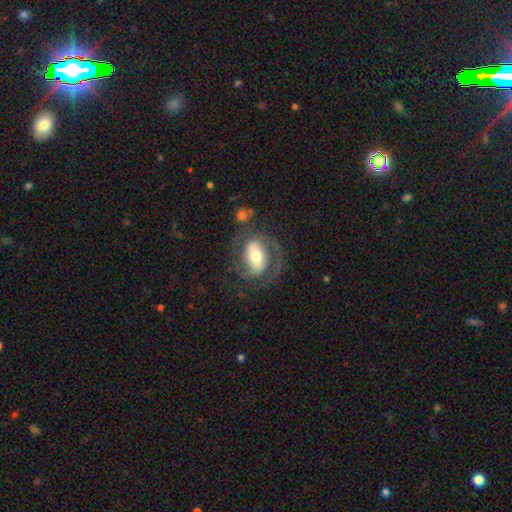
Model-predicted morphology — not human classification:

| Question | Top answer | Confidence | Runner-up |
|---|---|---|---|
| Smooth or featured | featured or disk | 73% | smooth (21%) |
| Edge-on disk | no | 95% | yes (5%) |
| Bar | strong | 43% | weak (33%) |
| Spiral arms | yes | 83% | no (17%) |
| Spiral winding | medium | 48% | tight (31%) |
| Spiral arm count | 2 | 81% | can't tell (8%) |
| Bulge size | moderate | 65% | small (16%) |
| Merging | none | 66% | minor disturbance (16%) |